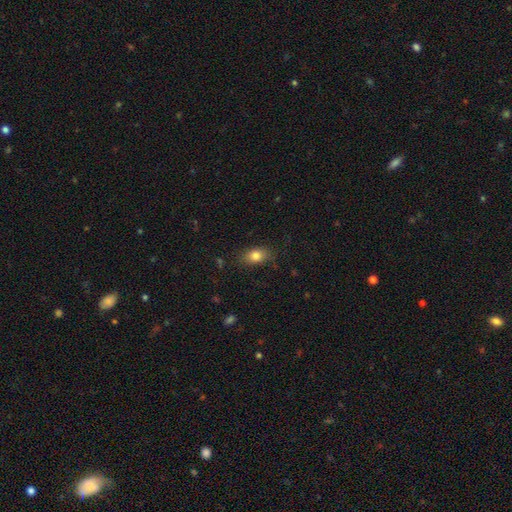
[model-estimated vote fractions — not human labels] Smooth or featured: smooth — 81% (star or artifact — 10%)
How rounded: in between — 80% (round — 17%)
Merging: none — 81% (minor disturbance — 14%)